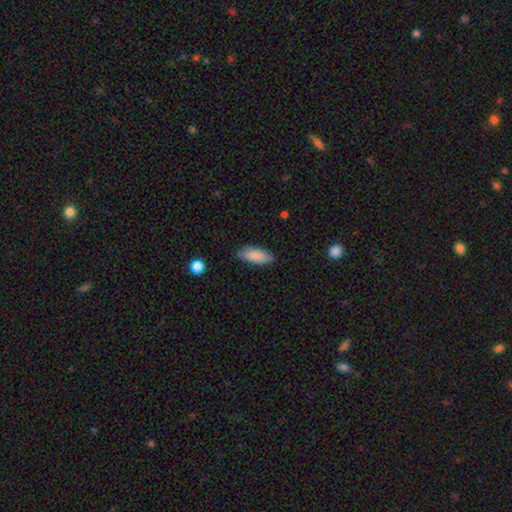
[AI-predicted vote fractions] A smooth galaxy with no disk features (86%) that is in between round and cigar-shaped (75%).

Vote fractions:
- Smooth or featured? smooth: 86% / featured or disk: 8% / star or artifact: 6%
- How rounded? in between: 75% / cigar-shaped: 23% / round: 2%
- Merging? none: 84% / minor disturbance: 13% / major disturbance: 2% / merger: 1%